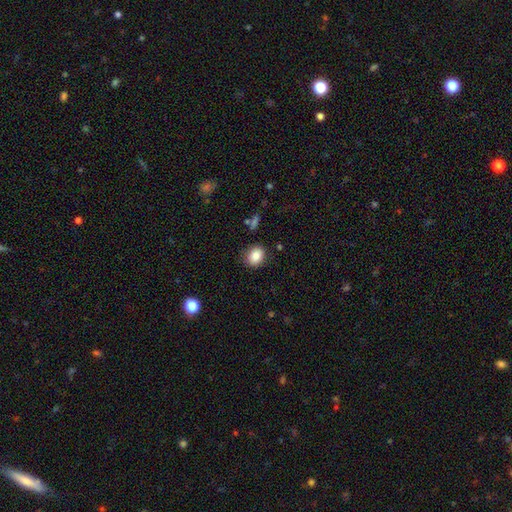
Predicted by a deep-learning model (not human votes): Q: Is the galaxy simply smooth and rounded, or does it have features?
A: smooth — 84%.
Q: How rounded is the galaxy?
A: round — 53%.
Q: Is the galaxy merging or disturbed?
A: none — 83%.